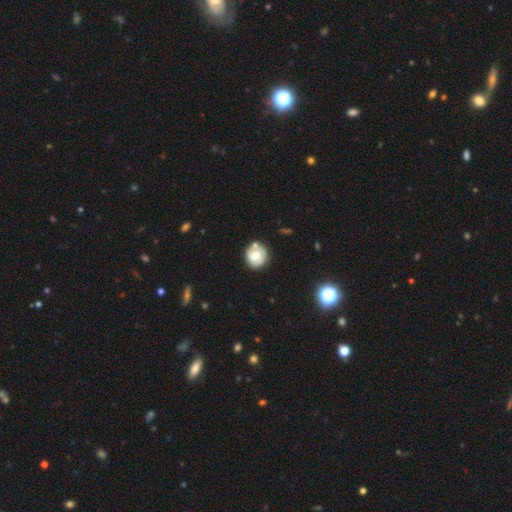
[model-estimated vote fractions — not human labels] Smooth or featured? Predicted: smooth (p=0.60). How rounded? Predicted: round (p=0.87). Merging? Predicted: none (p=0.69).